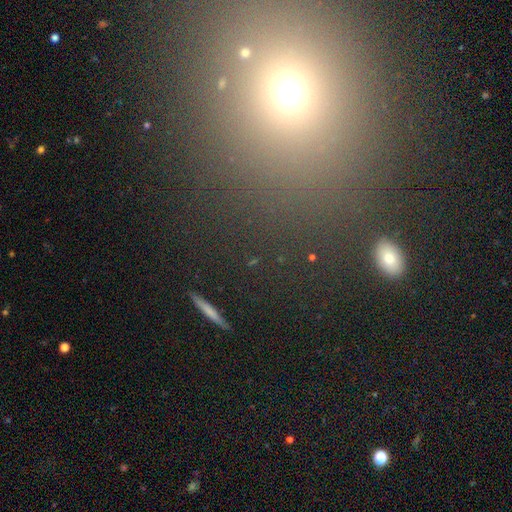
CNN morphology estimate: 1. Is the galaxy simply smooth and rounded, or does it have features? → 46% smooth, 43% star or artifact, 11% featured or disk.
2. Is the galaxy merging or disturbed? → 84% none, 7% minor disturbance, 4% merger, 4% major disturbance.